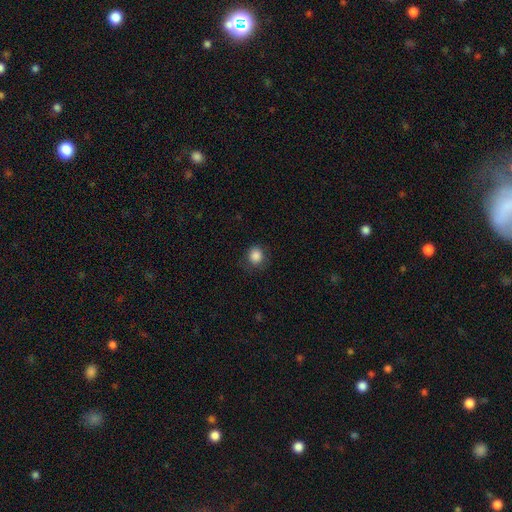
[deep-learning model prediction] Q: Smooth or featured?
A: smooth (86%); runner-up: star or artifact (10%)
Q: How rounded?
A: round (85%); runner-up: in between (15%)
Q: Merging?
A: none (81%); runner-up: minor disturbance (14%)